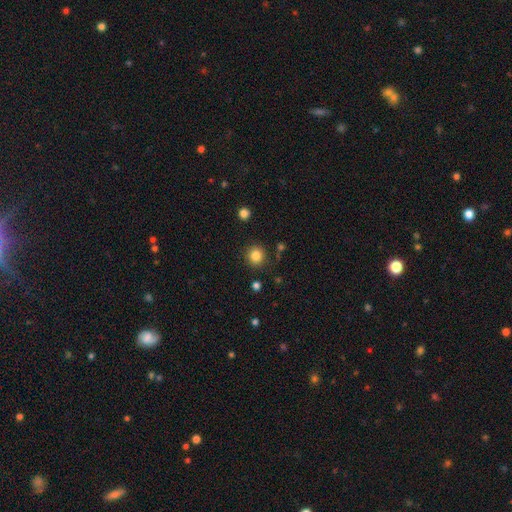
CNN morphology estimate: This appears to be a smooth galaxy with no disk features (84%) that is round (91%). Merging: none (86%).